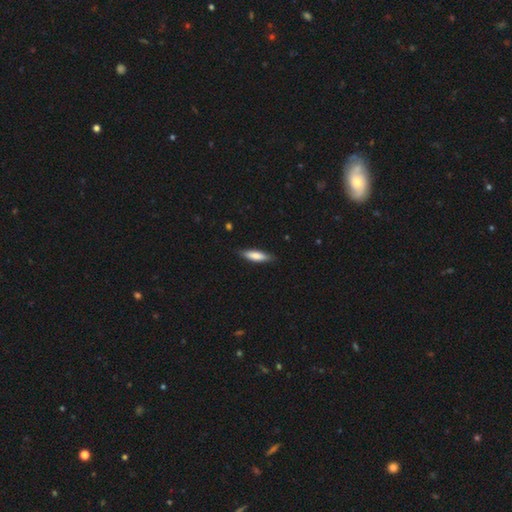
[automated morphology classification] smooth-or-featured: smooth: 75% | featured or disk: 19% | star or artifact: 6%
  how-rounded: cigar-shaped: 66% | in between: 33% | round: 1%
  merging: none: 84% | minor disturbance: 12% | major disturbance: 2% | merger: 1%